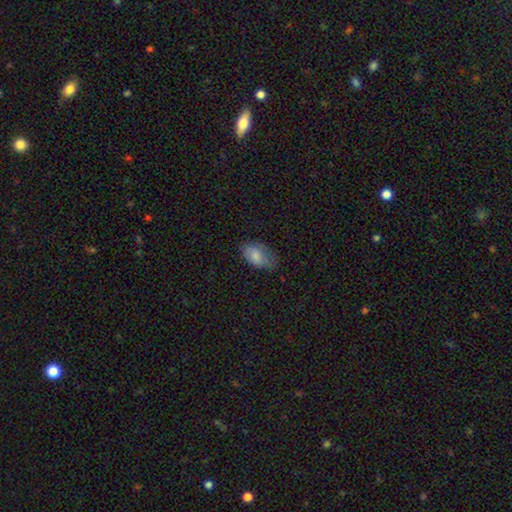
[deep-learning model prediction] A smooth galaxy with no disk features (82%) that is in between round and cigar-shaped (93%).

Vote fractions:
- Smooth or featured? smooth: 82% / featured or disk: 11% / star or artifact: 7%
- How rounded? in between: 93% / round: 6% / cigar-shaped: 2%
- Merging? none: 55% / minor disturbance: 32% / major disturbance: 11% / merger: 1%